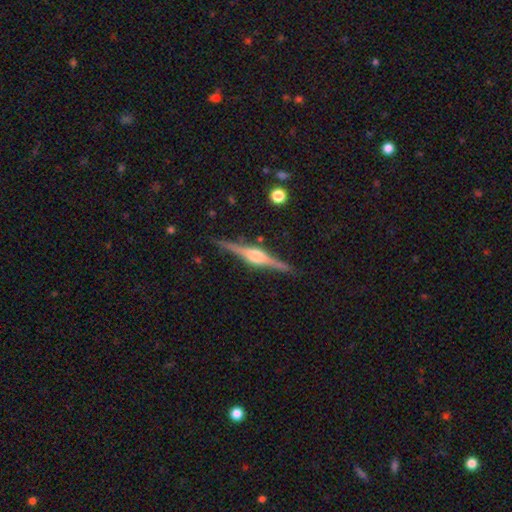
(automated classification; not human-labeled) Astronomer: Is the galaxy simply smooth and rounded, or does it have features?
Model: featured or disk — 86%.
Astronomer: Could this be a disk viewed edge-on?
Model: yes — 98%.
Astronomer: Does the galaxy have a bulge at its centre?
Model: rounded — 86%.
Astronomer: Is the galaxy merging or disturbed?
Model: none — 89%.